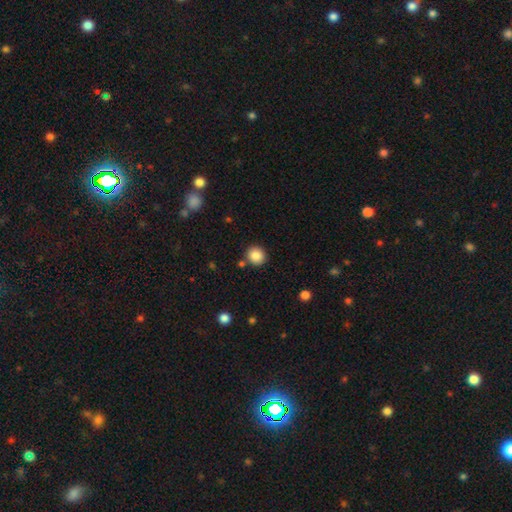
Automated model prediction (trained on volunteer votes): Smooth or featured? smooth (87%)
How rounded? round (84%)
Merging? none (84%)